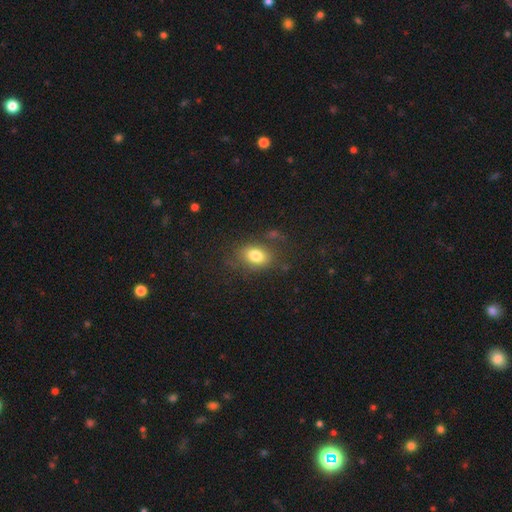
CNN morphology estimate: This is likely a smooth galaxy (80%). How rounded: likely in between (74%). Merging: likely none (74%).